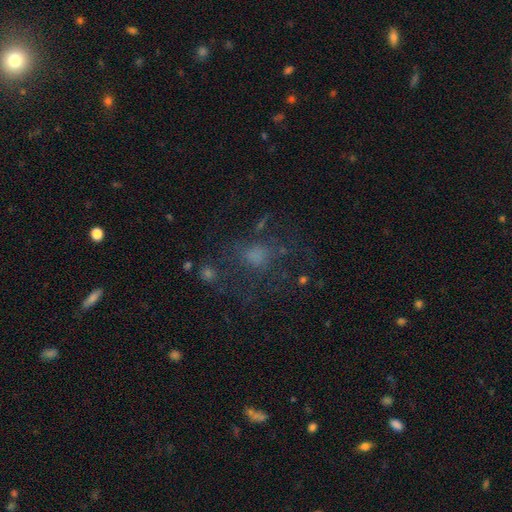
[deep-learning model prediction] smooth-or-featured: smooth: 43% | featured or disk: 30% | star or artifact: 27%
  merging: none: 52% | major disturbance: 26% | minor disturbance: 18% | merger: 4%